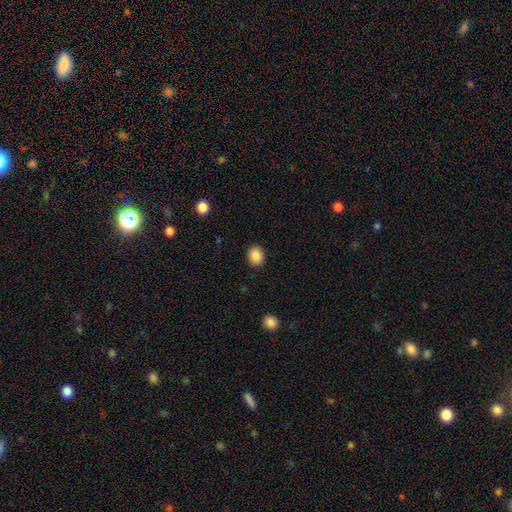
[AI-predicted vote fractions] Smooth or featured?
  - smooth: 87% *
  - star or artifact: 9%
  - featured or disk: 4%
How rounded?
  - round: 58% *
  - in between: 41%
  - cigar-shaped: 1%
Merging?
  - none: 90% *
  - minor disturbance: 7%
  - major disturbance: 2%
  - merger: 1%